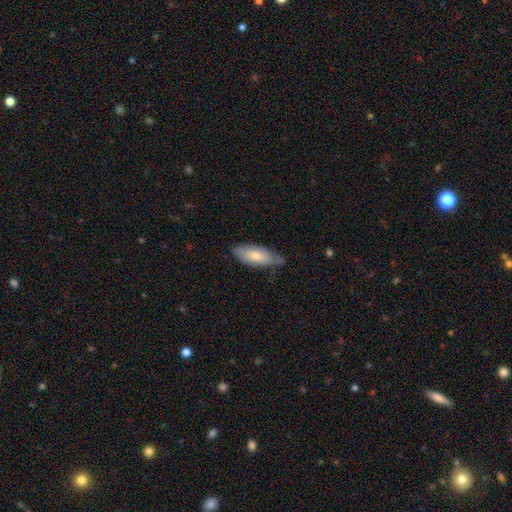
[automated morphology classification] Smooth or featured? smooth (71%)
How rounded? in between (83%)
Merging? none (54%)